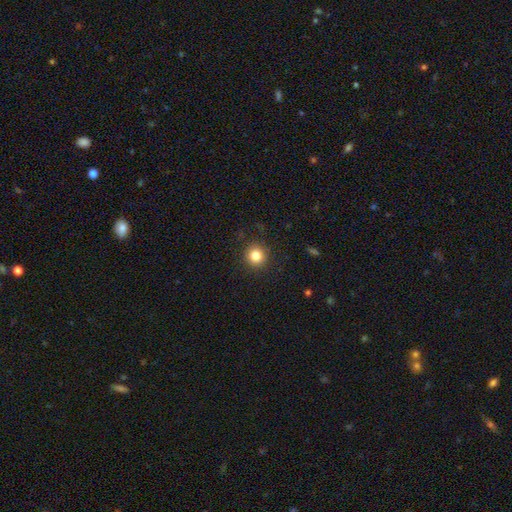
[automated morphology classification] Smooth or featured?
  - smooth: 83% *
  - star or artifact: 11%
  - featured or disk: 6%
How rounded?
  - round: 93% *
  - in between: 6%
  - cigar-shaped: 1%
Merging?
  - none: 90% *
  - minor disturbance: 6%
  - major disturbance: 2%
  - merger: 1%